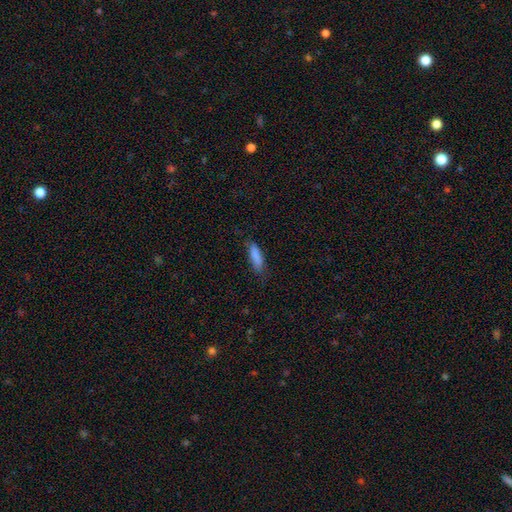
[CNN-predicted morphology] smooth 85%, featured or disk 8%, star or artifact 7%. Down the decision tree: how rounded — cigar-shaped (57%); merging — none (71%).